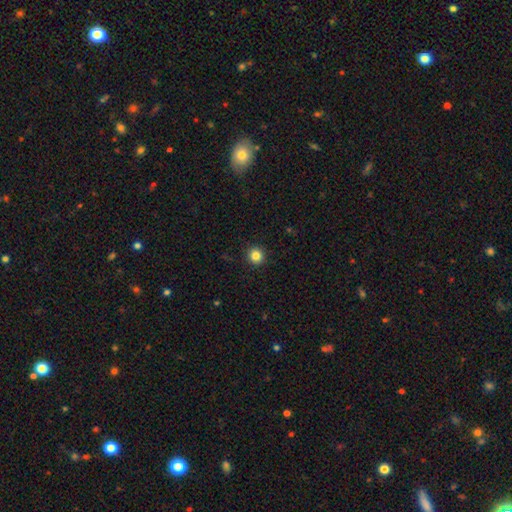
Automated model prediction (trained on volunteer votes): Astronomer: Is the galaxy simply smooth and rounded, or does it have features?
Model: smooth — 84%.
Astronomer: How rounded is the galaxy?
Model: round — 94%.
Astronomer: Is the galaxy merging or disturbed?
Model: none — 93%.